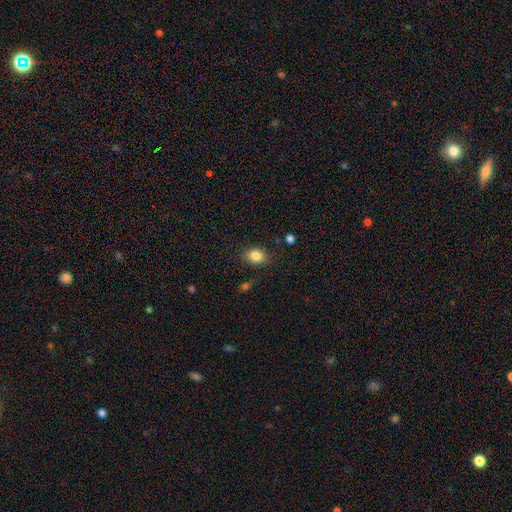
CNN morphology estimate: Overall: smooth (83%). How rounded: in between (54%; round 45%). Merging: none (80%).